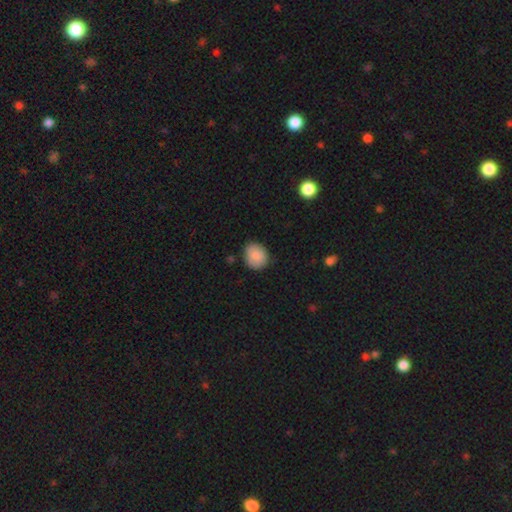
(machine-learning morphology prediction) Overall: smooth (86%). How rounded: round (72%). Merging: none (78%).